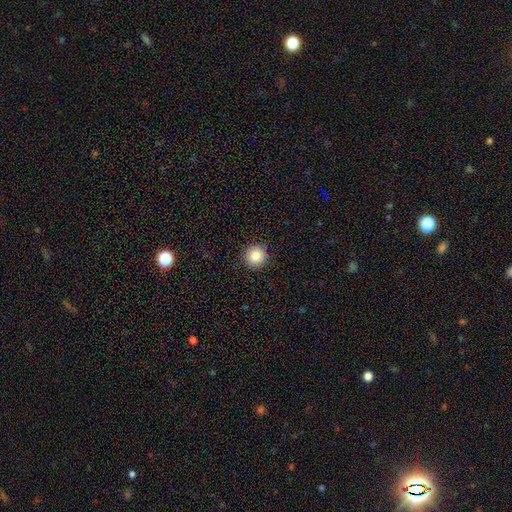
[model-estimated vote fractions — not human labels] smooth_or_featured: smooth (p=0.87) [alt: star or artifact p=0.10]
how_rounded: round (p=0.95) [alt: in between p=0.04]
merging: none (p=0.92) [alt: minor disturbance p=0.05]